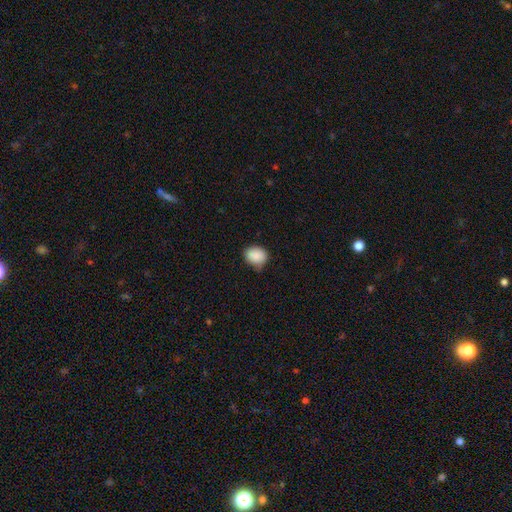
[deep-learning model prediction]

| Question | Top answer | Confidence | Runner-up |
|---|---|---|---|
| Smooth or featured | smooth | 88% | star or artifact (8%) |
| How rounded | round | 53% | in between (46%) |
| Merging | none | 64% | minor disturbance (29%) |